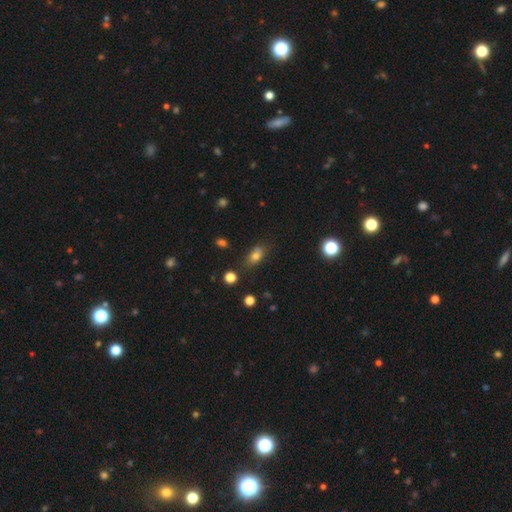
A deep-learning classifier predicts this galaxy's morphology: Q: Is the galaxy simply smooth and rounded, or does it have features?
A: smooth — 73%.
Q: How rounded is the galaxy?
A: in between — 74%.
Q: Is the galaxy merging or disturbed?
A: none — 70%.